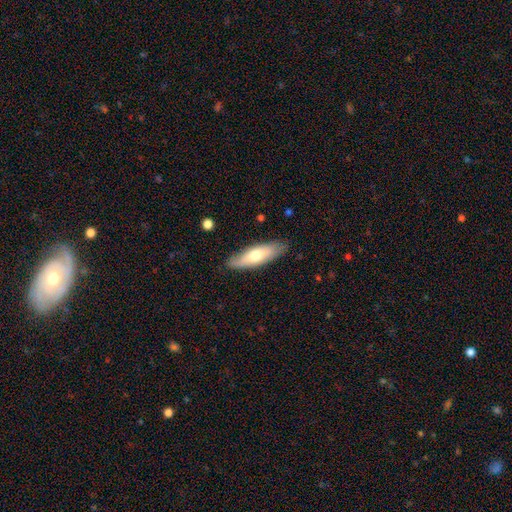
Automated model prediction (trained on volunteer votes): Q: Smooth or featured?
A: smooth (63%); runner-up: featured or disk (32%)
Q: How rounded?
A: cigar-shaped (50%); runner-up: in between (48%)
Q: Merging?
A: none (82%); runner-up: minor disturbance (14%)